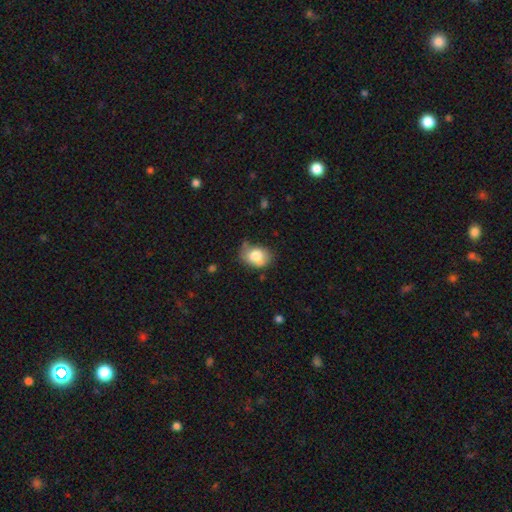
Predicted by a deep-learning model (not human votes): This appears to be a smooth galaxy with no disk features (75%) that is in between round and cigar-shaped (66%). Merging: none (54%).